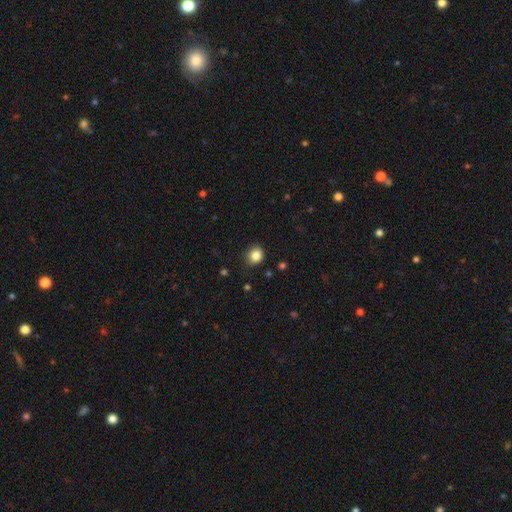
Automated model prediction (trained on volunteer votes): The model was most divided on "how rounded": round: 74%, in between: 25%, cigar-shaped: 1%. More confident: smooth or featured — smooth (84%); merging — none (83%).